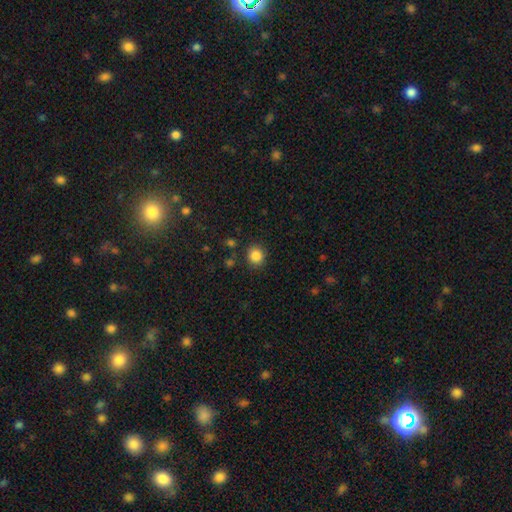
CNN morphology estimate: Q: Smooth or featured?
A: smooth (85%); runner-up: star or artifact (11%)
Q: How rounded?
A: round (86%); runner-up: in between (13%)
Q: Merging?
A: none (88%); runner-up: minor disturbance (7%)